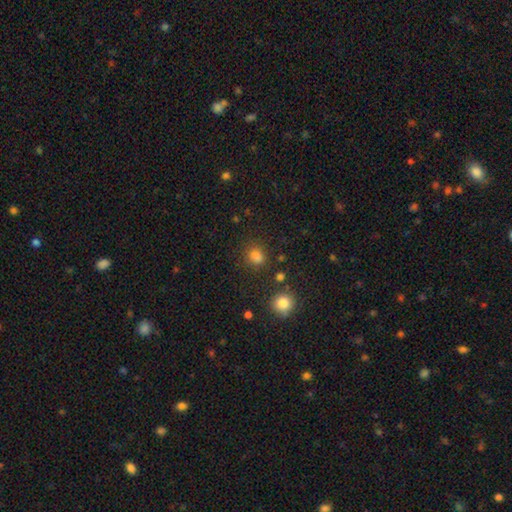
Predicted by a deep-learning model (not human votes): smooth-or-featured: smooth: 78% | star or artifact: 17% | featured or disk: 5%
  how-rounded: round: 60% | in between: 38% | cigar-shaped: 1%
  merging: none: 71% | minor disturbance: 14% | merger: 10% | major disturbance: 5%